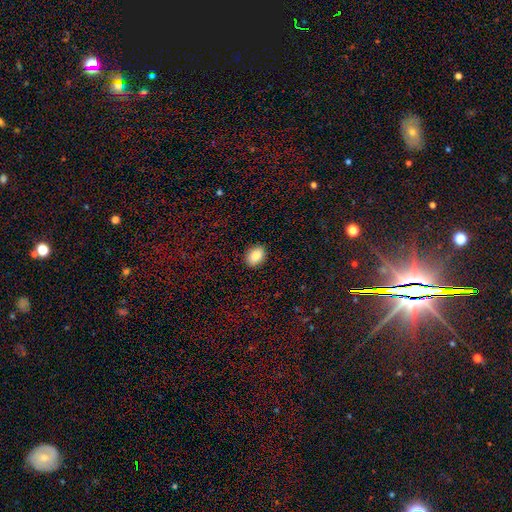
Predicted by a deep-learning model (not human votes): This is clearly a smooth galaxy (86%). How rounded: likely in between (68%). Merging: clearly none (90%).